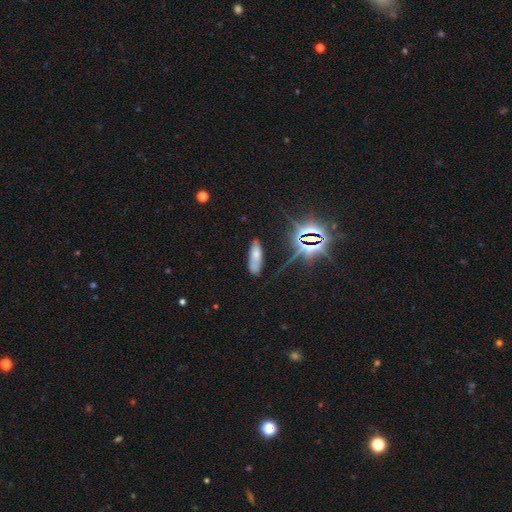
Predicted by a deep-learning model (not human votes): Morphology: type=smooth (61%); roundness=in between (59%); merging=none (68%).